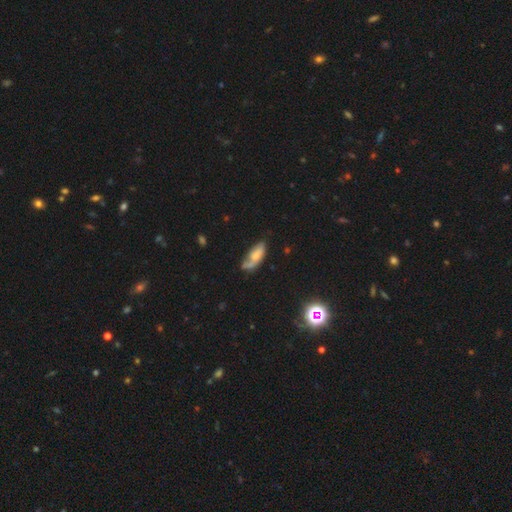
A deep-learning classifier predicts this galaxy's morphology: Smooth or featured? Predicted: smooth (p=0.56). How rounded? Predicted: in between (p=0.80). Merging? Predicted: none (p=0.41).